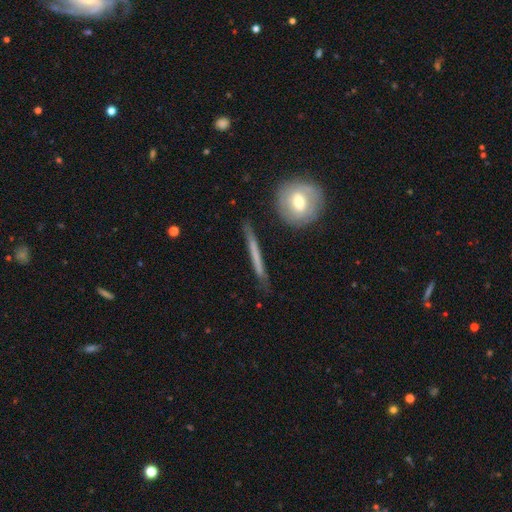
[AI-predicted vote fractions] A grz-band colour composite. It shows a smooth galaxy with no disk features (49%). Merging: none (85%).